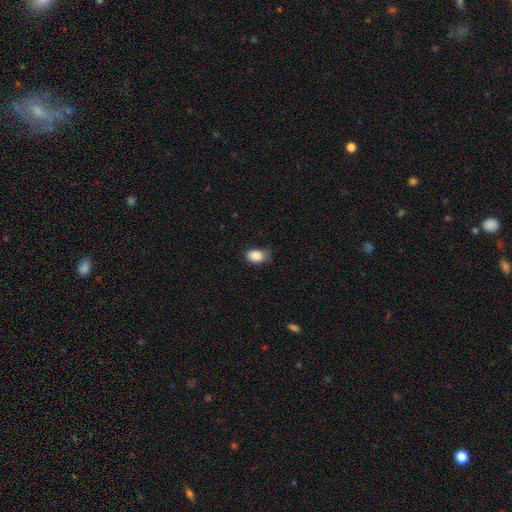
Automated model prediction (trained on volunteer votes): This appears to be a smooth galaxy with no disk features (87%) that is in between round and cigar-shaped (78%). Merging: none (58%).